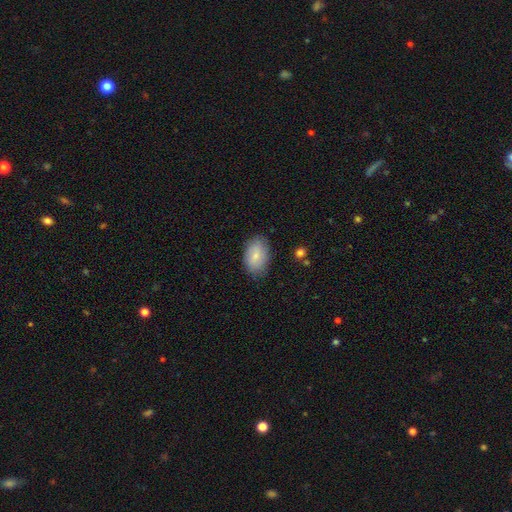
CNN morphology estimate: This is likely a smooth galaxy (78%). How rounded: clearly in between (91%). Merging: likely none (79%).